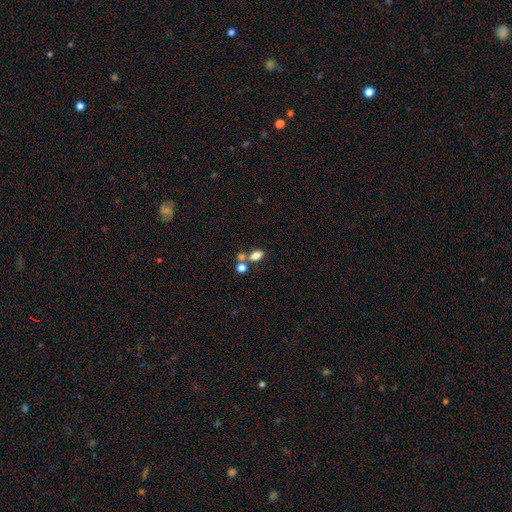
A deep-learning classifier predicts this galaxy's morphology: A smooth galaxy with no disk features (80%) that is in between round and cigar-shaped (85%).

Vote fractions:
- Smooth or featured? smooth: 80% / star or artifact: 11% / featured or disk: 9%
- How rounded? in between: 85% / round: 12% / cigar-shaped: 3%
- Merging? none: 51% / merger: 35% / minor disturbance: 10% / major disturbance: 4%